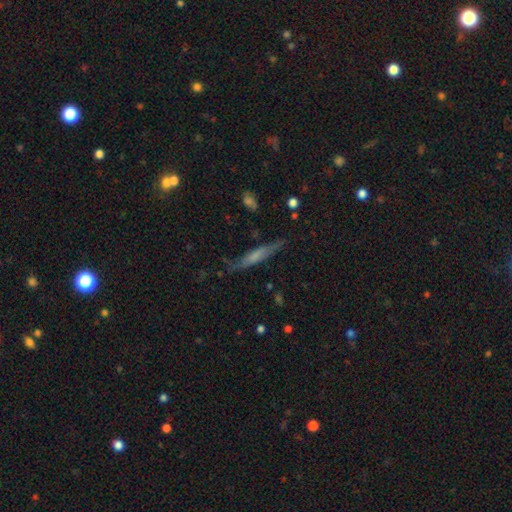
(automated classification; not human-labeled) Smooth or featured? featured or disk (46%, tied with smooth)
Merging? none (69%)